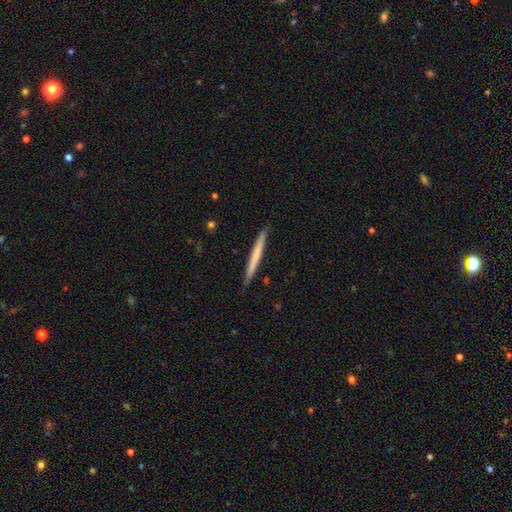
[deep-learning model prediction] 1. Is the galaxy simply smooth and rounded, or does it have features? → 57% smooth, 38% featured or disk, 5% star or artifact.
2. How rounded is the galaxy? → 97% cigar-shaped, 2% in between, 1% round.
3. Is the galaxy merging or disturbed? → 90% none, 8% minor disturbance, 1% major disturbance, 1% merger.